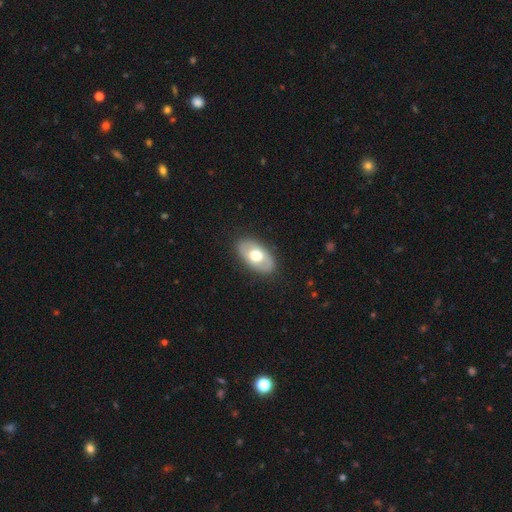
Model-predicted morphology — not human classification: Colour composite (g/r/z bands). It shows a smooth galaxy with no disk features (55%) that is in between round and cigar-shaped (92%). Merging: none (85%).